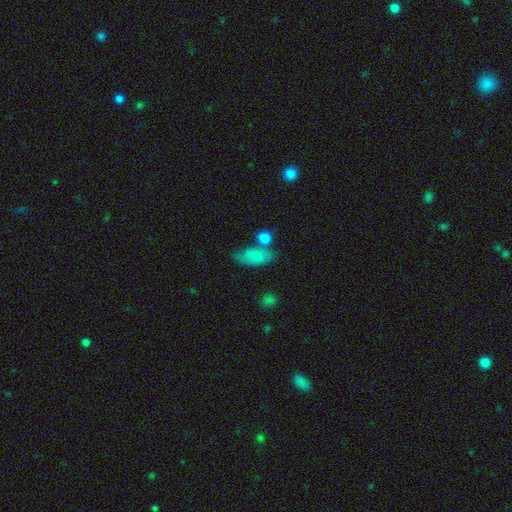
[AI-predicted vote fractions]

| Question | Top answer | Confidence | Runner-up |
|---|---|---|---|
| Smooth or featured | smooth | 75% | featured or disk (17%) |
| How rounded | in between | 83% | round (10%) |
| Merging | none | 52% | minor disturbance (24%) |